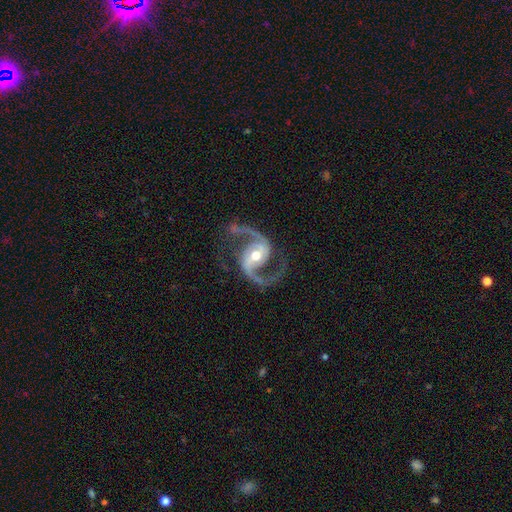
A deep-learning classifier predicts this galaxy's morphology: smooth-or-featured: featured or disk: 94% | star or artifact: 4% | smooth: 2%
  disk-edge-on: no: 98% | yes: 2%
    bar: no: 35% (tied) | weak: 35% (tied) | strong: 29%
    has-spiral-arms: yes: 98% | no: 2%
      spiral-winding: medium: 61% | loose: 29% | tight: 11%
      spiral-arm-count: 2: 95% | 3: 1% | can't tell: 1% | 1: 1% | 4: 1% | more than 4: 1%
    bulge-size: moderate: 70% | small: 22% | large: 6% | none: 1% | dominant: 1%
  merging: none: 81% | minor disturbance: 11% | major disturbance: 6% | merger: 2%